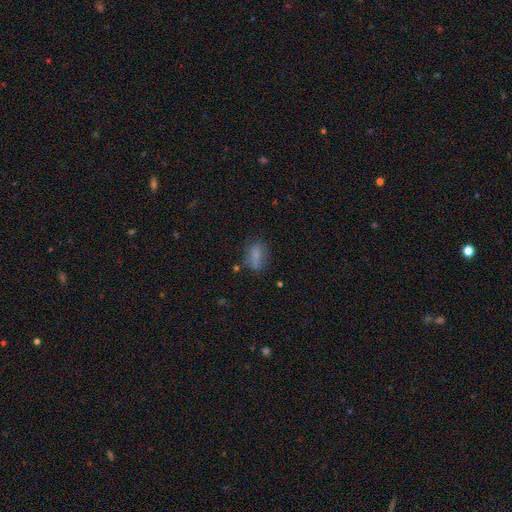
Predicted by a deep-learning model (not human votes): Smooth or featured? smooth (75%)
How rounded? in between (77%)
Merging? none (64%)